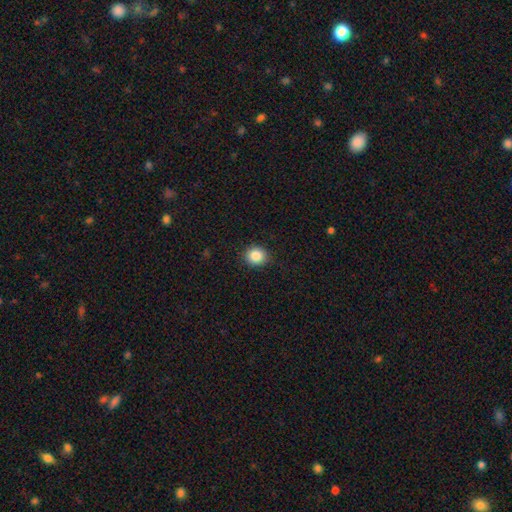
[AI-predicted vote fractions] The model was most divided on "how rounded": round: 84%, in between: 15%, cigar-shaped: 1%. More confident: merging — none (90%); smooth or featured — smooth (87%).